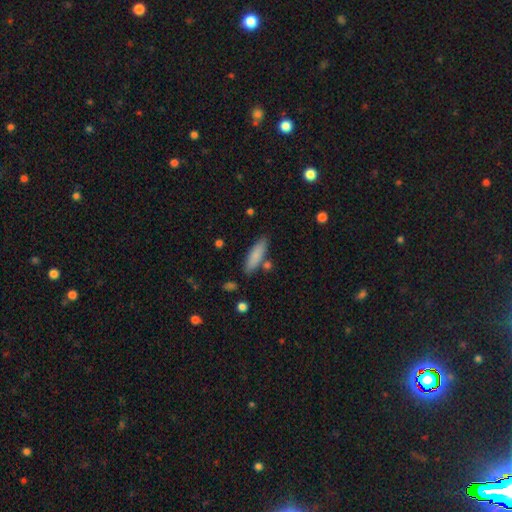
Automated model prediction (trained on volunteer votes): Smooth or featured: smooth — 82% (featured or disk — 11%)
How rounded: cigar-shaped — 60% (in between — 38%)
Merging: none — 79% (minor disturbance — 12%)